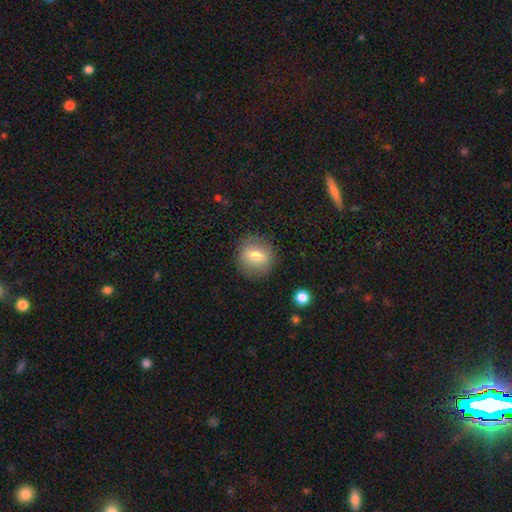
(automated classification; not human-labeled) Smooth or featured: smooth — 67% (featured or disk — 24%)
How rounded: round — 80% (in between — 18%)
Merging: none — 85% (minor disturbance — 10%)